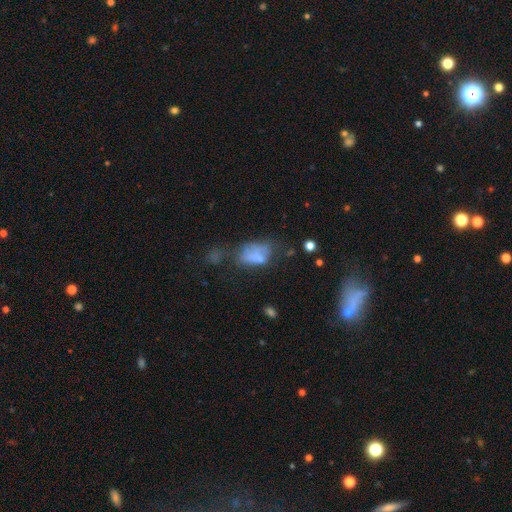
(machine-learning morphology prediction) This is possibly a smooth galaxy (54%). How rounded: clearly in between (86%). Merging: marginally major disturbance (33%).